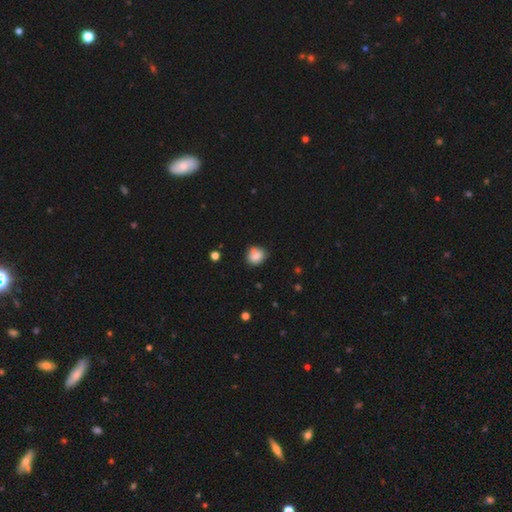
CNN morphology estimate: Smooth or featured? smooth (82%)
How rounded? round (78%)
Merging? none (77%)